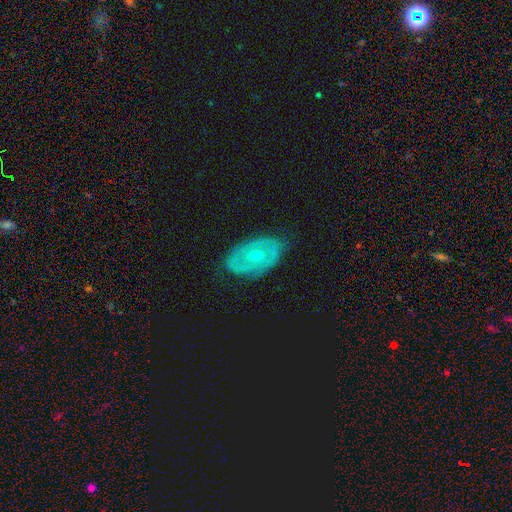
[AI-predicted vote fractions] smooth-or-featured: featured or disk: 73% | smooth: 21% | star or artifact: 7%
  disk-edge-on: no: 93% | yes: 7%
    bar: no: 57% | weak: 31% | strong: 12%
    has-spiral-arms: yes: 53% | no: 47%
    bulge-size: moderate: 55% | small: 42% | large: 1% | none: 1% | dominant: 1%
  merging: none: 75% | minor disturbance: 19% | major disturbance: 5% | merger: 1%